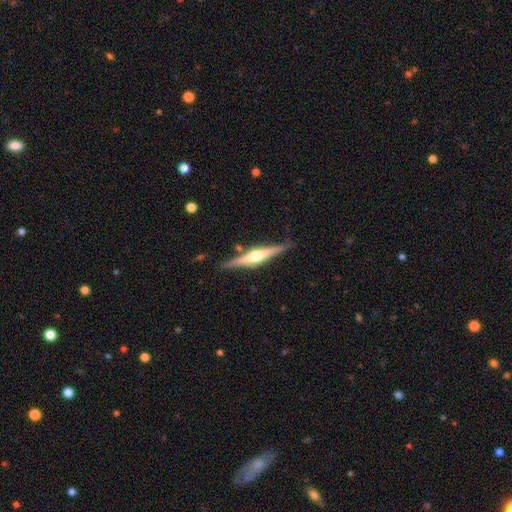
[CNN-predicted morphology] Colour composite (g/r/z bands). It shows a featured or disk galaxy (74%) viewed edge-on (98%) with a rounded central bulge (90%). Merging: none (84%).